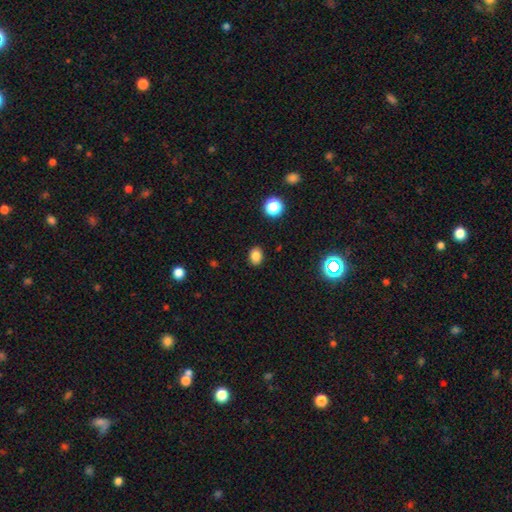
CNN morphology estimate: Smooth or featured? Predicted: smooth (p=0.83). How rounded? Predicted: in between (p=0.61). Merging? Predicted: none (p=0.88).